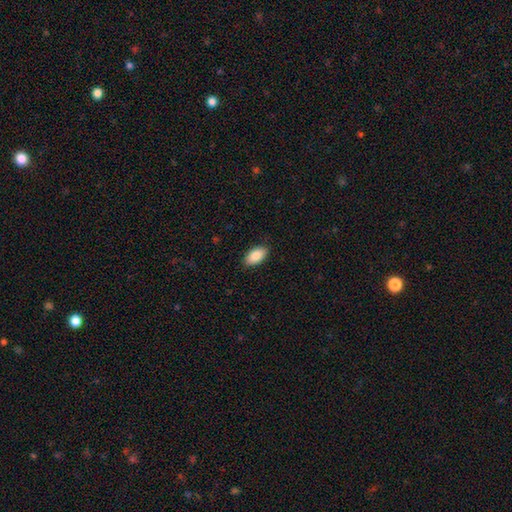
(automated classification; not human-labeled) Smooth or featured? Predicted: smooth (p=0.87). How rounded? Predicted: in between (p=0.95). Merging? Predicted: none (p=0.88).